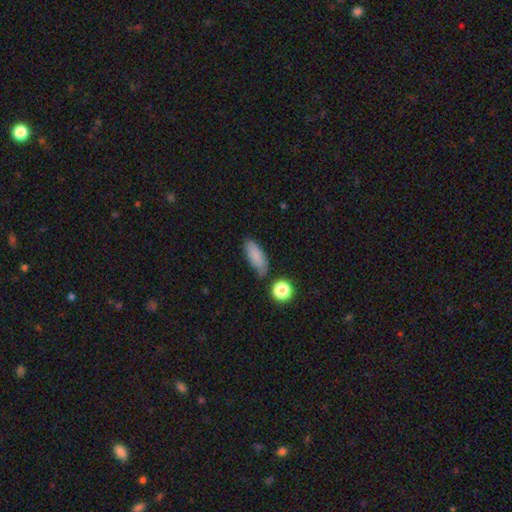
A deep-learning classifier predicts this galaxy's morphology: Q: Smooth or featured?
A: smooth (83%); runner-up: star or artifact (9%)
Q: How rounded?
A: in between (76%); runner-up: cigar-shaped (20%)
Q: Merging?
A: none (68%); runner-up: minor disturbance (22%)